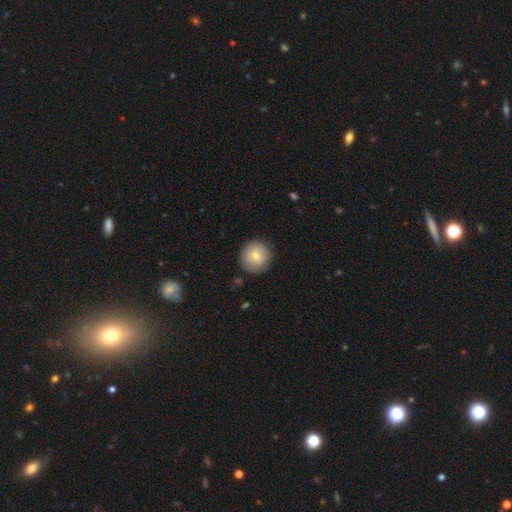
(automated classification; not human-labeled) Smooth or featured? smooth (77%)
How rounded? round (93%)
Merging? none (85%)